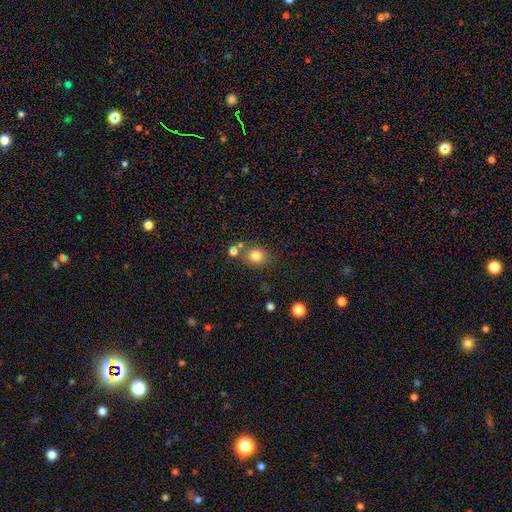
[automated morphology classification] A smooth galaxy with no disk features (80%) that is round (68%). Merging: none (69%).